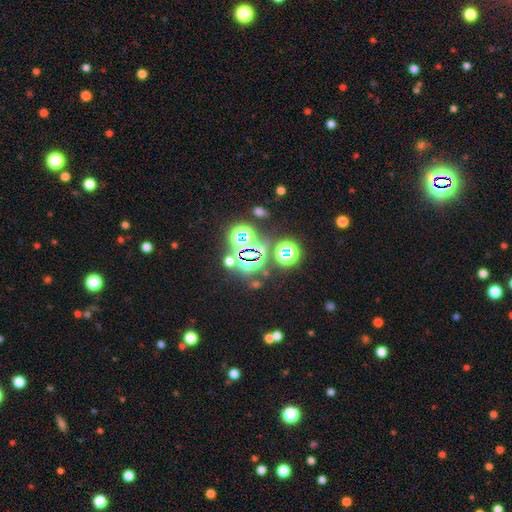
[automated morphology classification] Q: Smooth or featured?
A: star or artifact (73%); runner-up: smooth (18%)